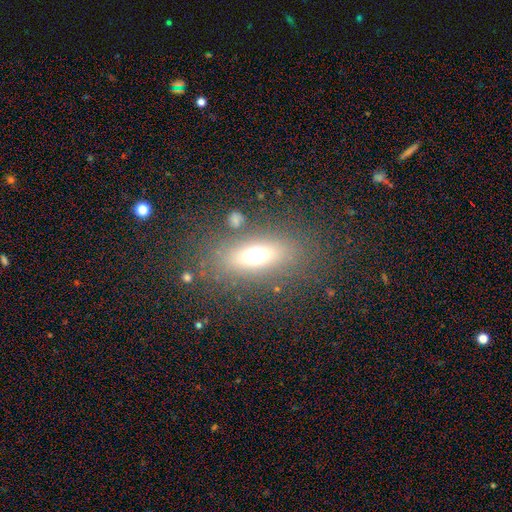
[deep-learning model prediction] Q: Smooth or featured?
A: smooth (61%); runner-up: featured or disk (24%)
Q: How rounded?
A: in between (70%); runner-up: cigar-shaped (21%)
Q: Merging?
A: none (76%); runner-up: minor disturbance (11%)